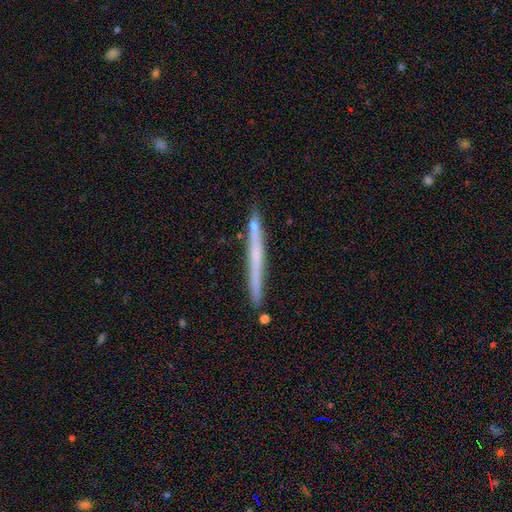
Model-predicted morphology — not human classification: type=featured or disk (50%); merging=none (87%).